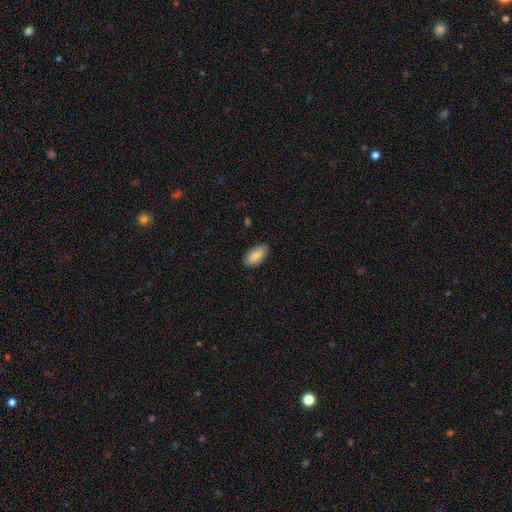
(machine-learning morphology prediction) A smooth galaxy with no disk features (84%) that is in between round and cigar-shaped (94%). Merging: none (85%).